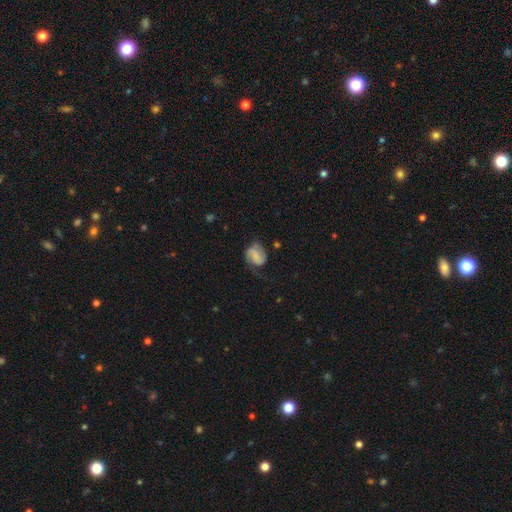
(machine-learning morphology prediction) Smooth or featured? Predicted: featured or disk (p=0.59). Edge-on disk? Predicted: no (p=0.98). Bar? Predicted: weak (p=0.43). Spiral arms? Predicted: yes (p=0.91). Spiral winding? Predicted: medium (p=0.43). Spiral arm count? Predicted: 2 (p=0.77). Bulge size? Predicted: none (p=0.41). Merging? Predicted: none (p=0.53).